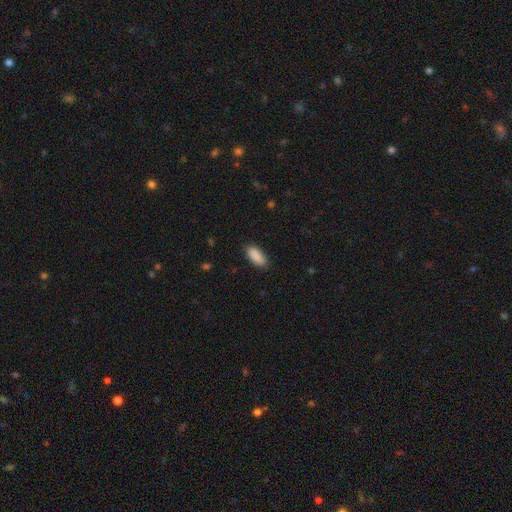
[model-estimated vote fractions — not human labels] smooth-or-featured: smooth: 90% | star or artifact: 6% | featured or disk: 3%
  how-rounded: in between: 86% | cigar-shaped: 12% | round: 2%
  merging: none: 87% | minor disturbance: 10% | major disturbance: 2% | merger: 1%